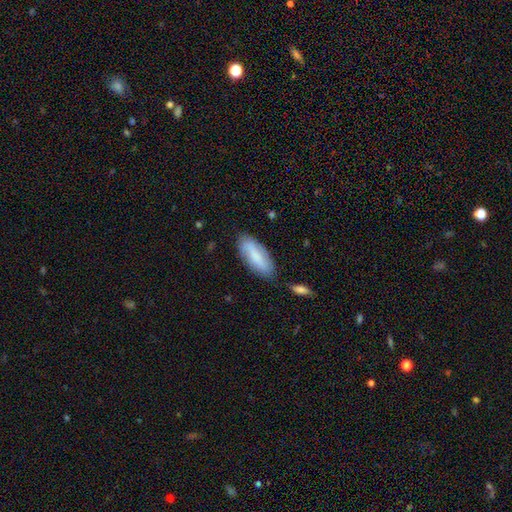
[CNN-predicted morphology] Smooth or featured: smooth — 73% (featured or disk — 21%)
How rounded: in between — 70% (cigar-shaped — 28%)
Merging: none — 75% (minor disturbance — 17%)